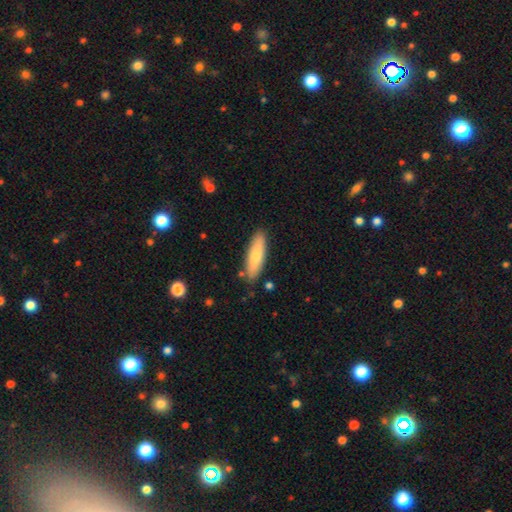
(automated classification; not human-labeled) Q: Smooth or featured?
A: smooth (75%); runner-up: featured or disk (20%)
Q: How rounded?
A: cigar-shaped (56%); runner-up: in between (42%)
Q: Merging?
A: none (86%); runner-up: minor disturbance (10%)